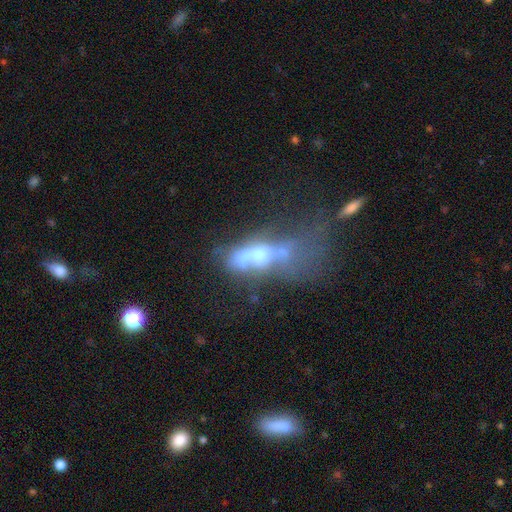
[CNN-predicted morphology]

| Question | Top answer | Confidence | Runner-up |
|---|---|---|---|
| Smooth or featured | featured or disk | 50% | smooth (35%) |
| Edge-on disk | no | 84% | yes (16%) |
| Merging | merger | 43% | major disturbance (35%) |